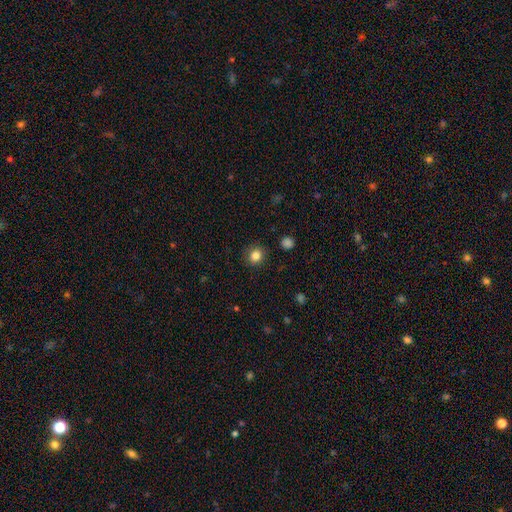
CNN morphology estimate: smooth 84%, star or artifact 11%, featured or disk 5%. Down the decision tree: how rounded — round (80%); merging — none (90%).